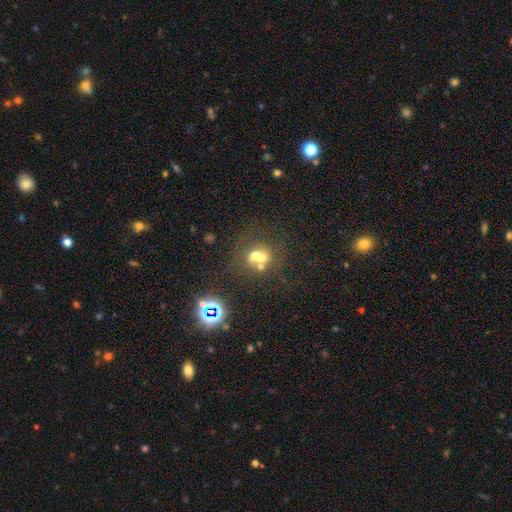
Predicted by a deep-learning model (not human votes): A smooth galaxy with no disk features (51%) that is round (74%). Merging: merger (50%).